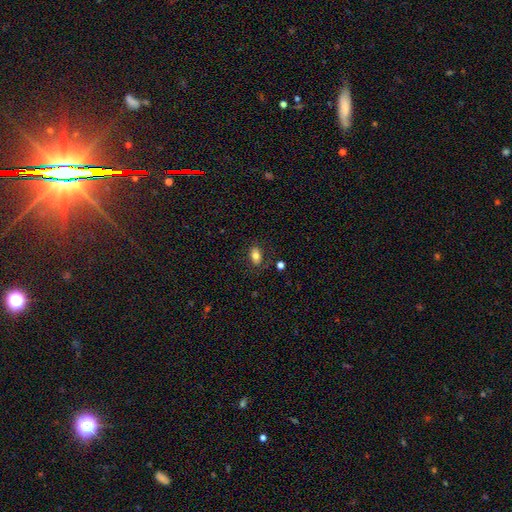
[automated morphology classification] This is likely a smooth galaxy (78%). How rounded: clearly in between (88%). Merging: likely none (78%).